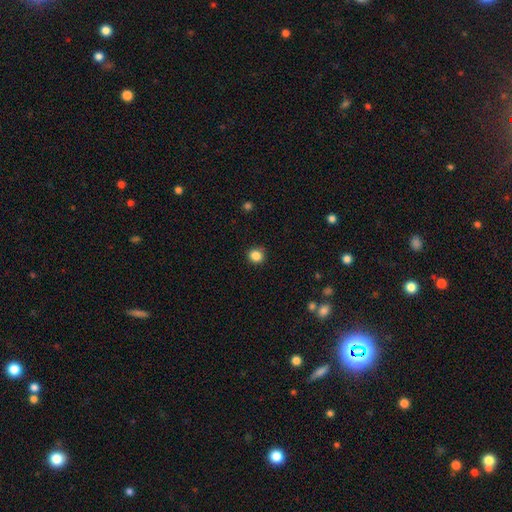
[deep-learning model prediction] smooth_or_featured: smooth (p=0.85) [alt: star or artifact p=0.11]
how_rounded: round (p=0.85) [alt: in between p=0.14]
merging: none (p=0.88) [alt: minor disturbance p=0.08]